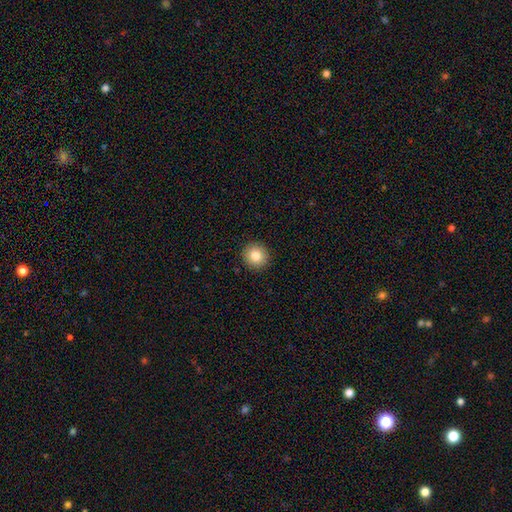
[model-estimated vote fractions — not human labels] Smooth or featured: smooth — 84% (star or artifact — 9%)
How rounded: round — 92% (in between — 7%)
Merging: none — 92% (minor disturbance — 5%)